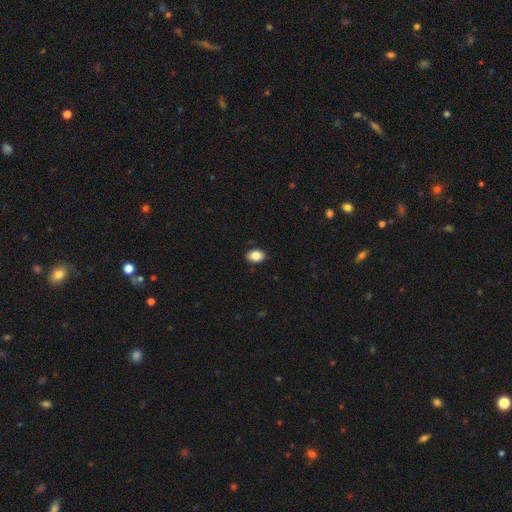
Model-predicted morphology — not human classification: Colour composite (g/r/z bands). It shows a smooth galaxy with no disk features (87%) that is in between round and cigar-shaped (80%). Merging: none (89%).